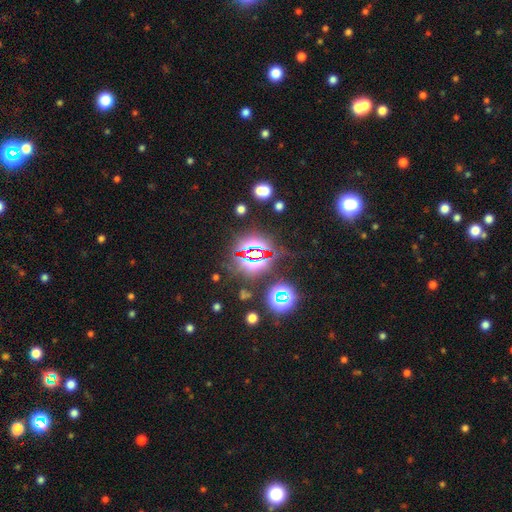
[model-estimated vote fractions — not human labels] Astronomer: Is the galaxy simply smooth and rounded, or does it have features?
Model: star or artifact — 76%.